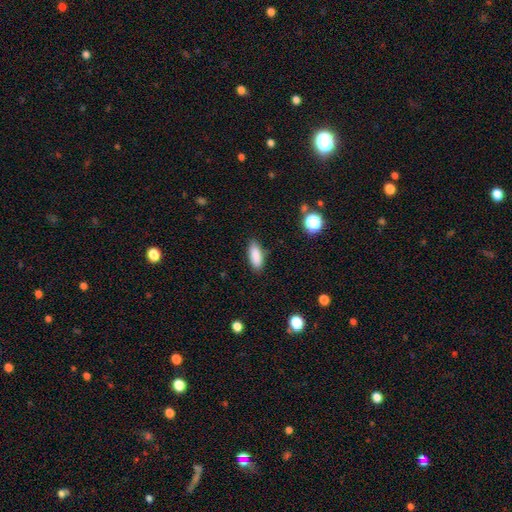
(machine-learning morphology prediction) A smooth galaxy with no disk features (87%) that is in between round and cigar-shaped (73%).

Vote fractions:
- Smooth or featured? smooth: 87% / star or artifact: 8% / featured or disk: 5%
- How rounded? in between: 73% / cigar-shaped: 25% / round: 2%
- Merging? none: 86% / minor disturbance: 10% / major disturbance: 2% / merger: 1%